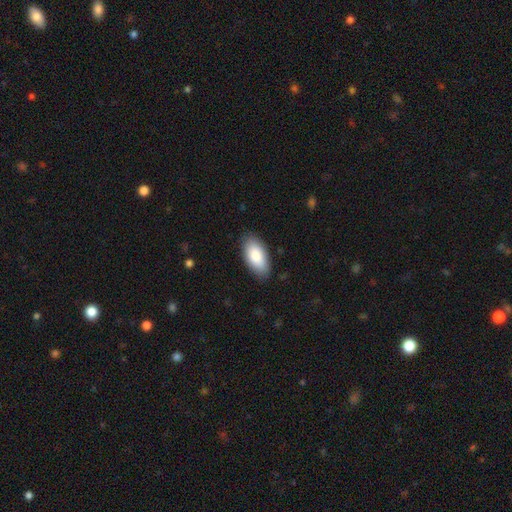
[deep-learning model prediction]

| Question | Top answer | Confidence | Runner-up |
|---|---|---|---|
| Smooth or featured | smooth | 85% | featured or disk (9%) |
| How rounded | in between | 94% | cigar-shaped (4%) |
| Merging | none | 85% | minor disturbance (11%) |